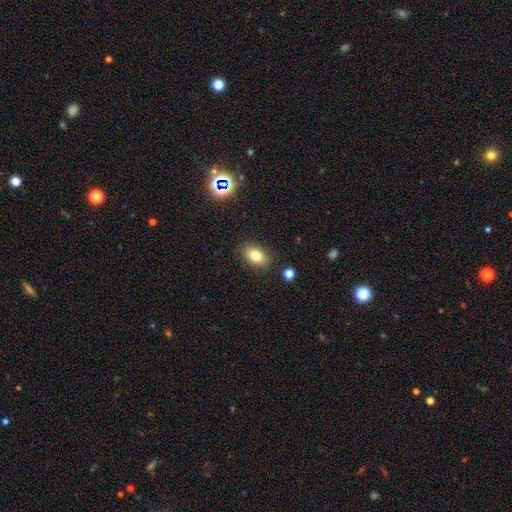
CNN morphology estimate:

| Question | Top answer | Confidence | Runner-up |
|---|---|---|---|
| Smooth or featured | smooth | 79% | star or artifact (11%) |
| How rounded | in between | 82% | round (16%) |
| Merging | none | 86% | minor disturbance (10%) |